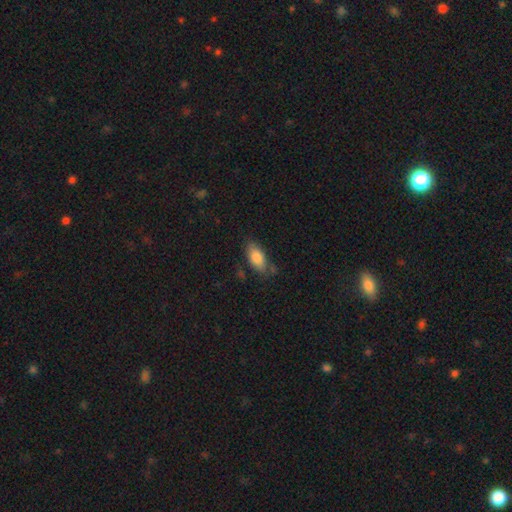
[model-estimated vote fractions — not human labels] The model was most divided on "merging": none: 72%, minor disturbance: 20%, major disturbance: 4%, merger: 4%. More confident: how rounded — in between (87%); smooth or featured — smooth (81%).